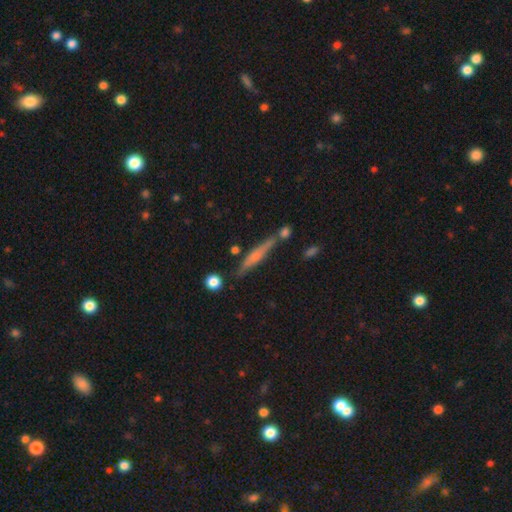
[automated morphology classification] Q: Smooth or featured?
A: featured or disk (48%); runner-up: smooth (44%)
Q: Merging?
A: none (75%); runner-up: minor disturbance (13%)